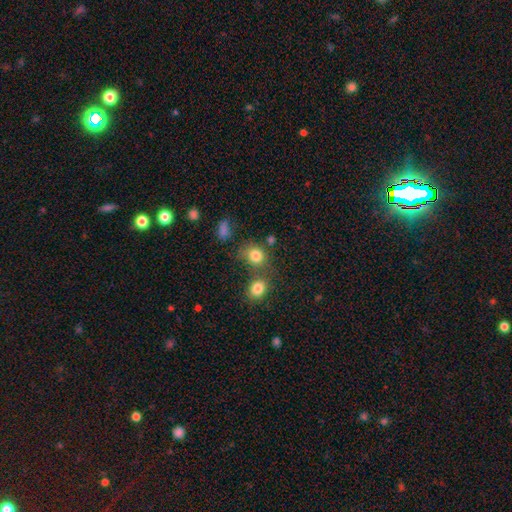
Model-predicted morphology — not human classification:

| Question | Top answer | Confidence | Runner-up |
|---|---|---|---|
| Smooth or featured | smooth | 80% | star or artifact (12%) |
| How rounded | round | 72% | in between (27%) |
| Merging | none | 56% | merger (26%) |